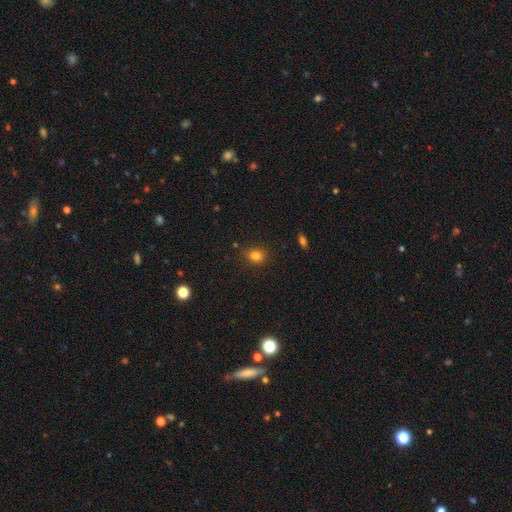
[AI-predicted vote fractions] A smooth galaxy with no disk features (81%) that is round (56%). Merging: none (83%).